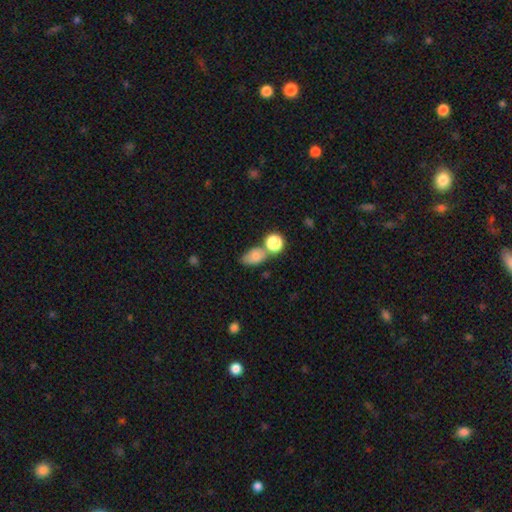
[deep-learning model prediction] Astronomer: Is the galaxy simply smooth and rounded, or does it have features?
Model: smooth — 76%.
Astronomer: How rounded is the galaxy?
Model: in between — 79%.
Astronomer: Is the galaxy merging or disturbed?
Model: none — 46% (runner-up: merger, 29%).